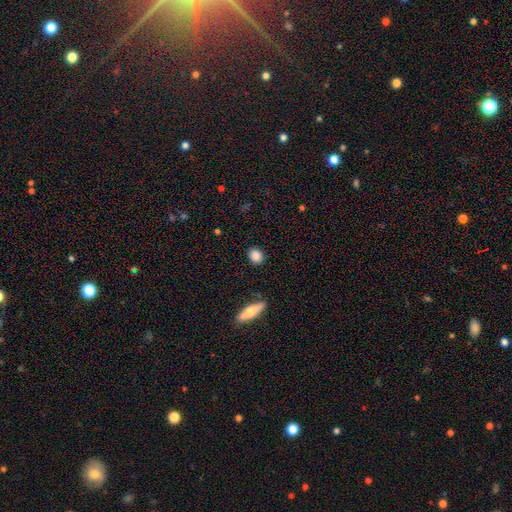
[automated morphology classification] A smooth galaxy with no disk features (87%) that is round (56%).

Vote fractions:
- Smooth or featured? smooth: 87% / star or artifact: 8% / featured or disk: 6%
- How rounded? round: 56% / in between: 41% / cigar-shaped: 4%
- Merging? none: 87% / minor disturbance: 9% / major disturbance: 2% / merger: 2%